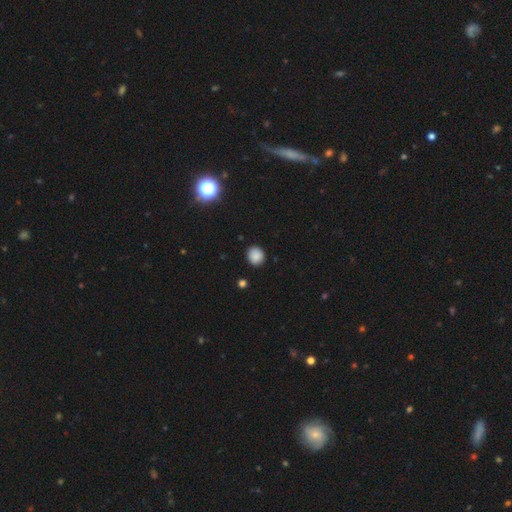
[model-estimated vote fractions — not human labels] smooth_or_featured: smooth (p=0.85) [alt: star or artifact p=0.11]
how_rounded: round (p=0.79) [alt: in between p=0.20]
merging: none (p=0.89) [alt: minor disturbance p=0.08]